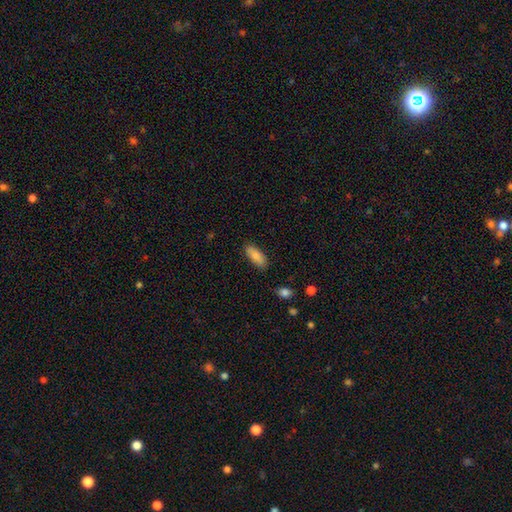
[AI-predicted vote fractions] smooth-or-featured: smooth: 82% | featured or disk: 12% | star or artifact: 6%
  how-rounded: in between: 78% | cigar-shaped: 20% | round: 2%
  merging: none: 84% | minor disturbance: 12% | major disturbance: 2% | merger: 2%